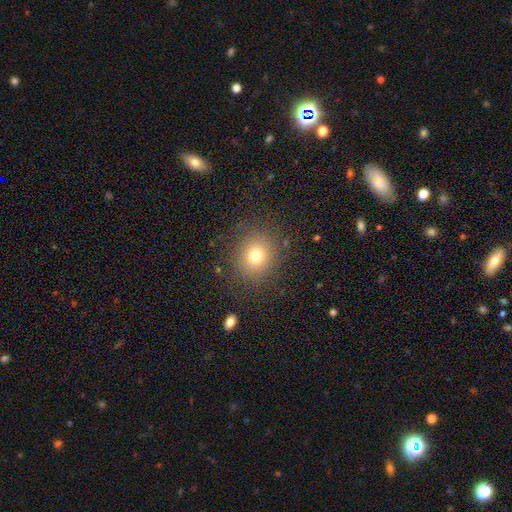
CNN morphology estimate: A smooth galaxy with no disk features (75%) that is round (80%).

Vote fractions:
- Smooth or featured? smooth: 75% / star or artifact: 15% / featured or disk: 10%
- How rounded? round: 80% / in between: 19% / cigar-shaped: 1%
- Merging? none: 85% / minor disturbance: 9% / major disturbance: 5% / merger: 1%